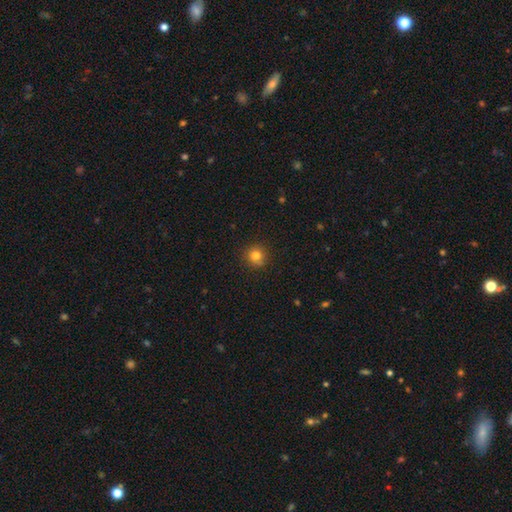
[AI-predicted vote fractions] The model was most divided on "smooth or featured": smooth: 80%, star or artifact: 13%, featured or disk: 6%. More confident: how rounded — round (93%); merging — none (85%).